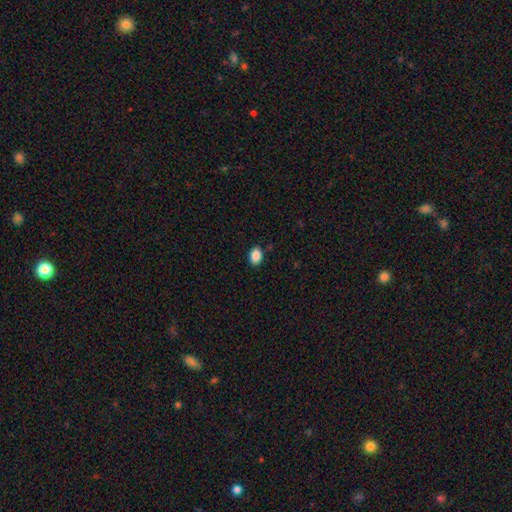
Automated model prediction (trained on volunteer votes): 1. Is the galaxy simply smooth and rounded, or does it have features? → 88% smooth, 9% star or artifact, 3% featured or disk.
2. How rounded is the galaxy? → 79% in between, 20% round, 1% cigar-shaped.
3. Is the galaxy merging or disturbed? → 88% none, 9% minor disturbance, 2% major disturbance, 1% merger.